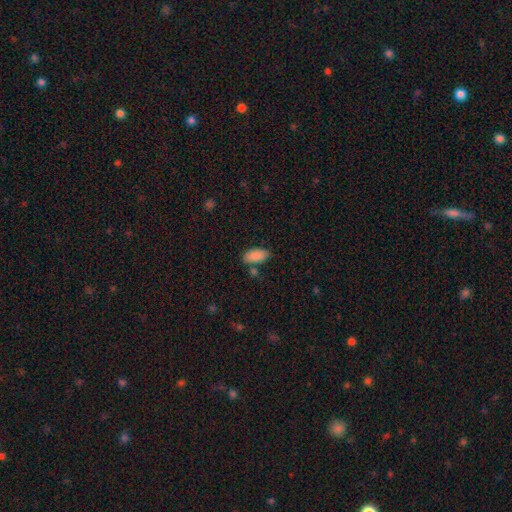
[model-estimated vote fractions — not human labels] Q: Smooth or featured?
A: smooth (89%); runner-up: star or artifact (7%)
Q: How rounded?
A: in between (92%); runner-up: cigar-shaped (6%)
Q: Merging?
A: none (75%); runner-up: minor disturbance (14%)